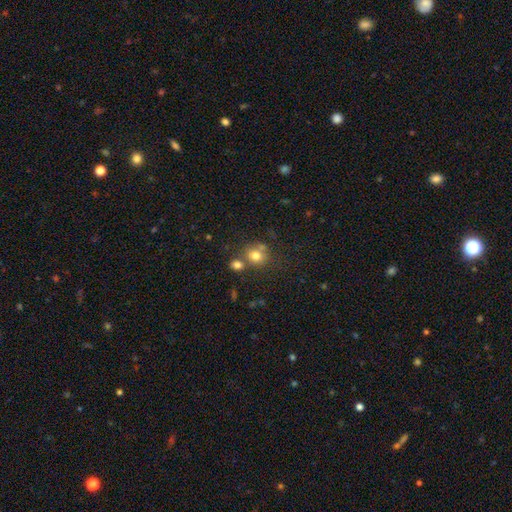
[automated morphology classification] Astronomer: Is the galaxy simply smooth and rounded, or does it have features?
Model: smooth — 77%.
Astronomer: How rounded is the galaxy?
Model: round — 78%.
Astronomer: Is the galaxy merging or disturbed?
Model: none — 58%.